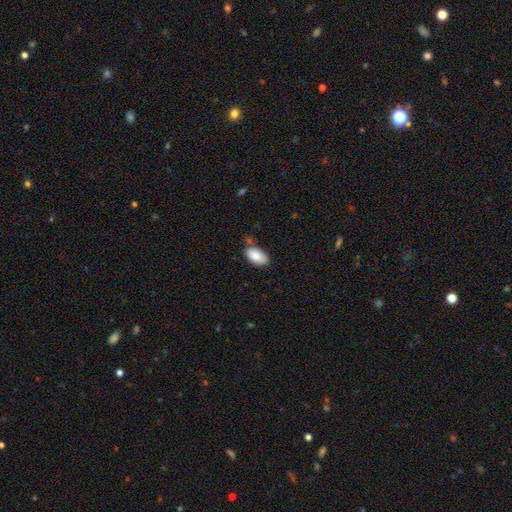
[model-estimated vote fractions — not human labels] smooth 85%, featured or disk 8%, star or artifact 7%. Down the decision tree: how rounded — in between (94%); merging — none (69%).